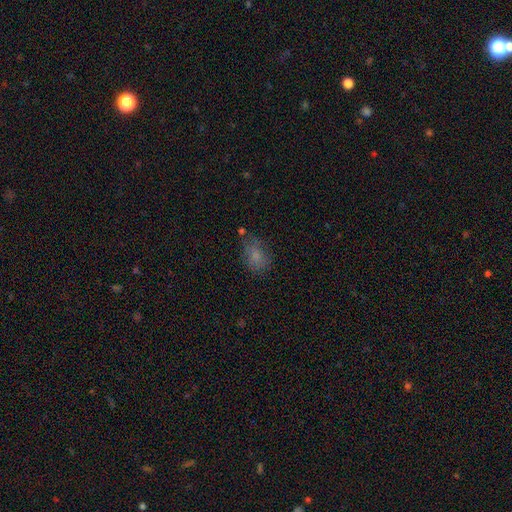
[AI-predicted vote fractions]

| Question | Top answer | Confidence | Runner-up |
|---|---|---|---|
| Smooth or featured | smooth | 75% | featured or disk (13%) |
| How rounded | in between | 76% | round (22%) |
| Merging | none | 62% | minor disturbance (24%) |